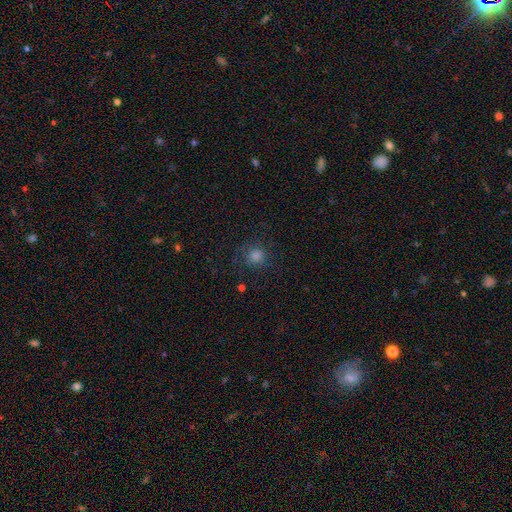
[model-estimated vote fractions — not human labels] Morphology: type=smooth (71%); roundness=round (89%); merging=none (81%).